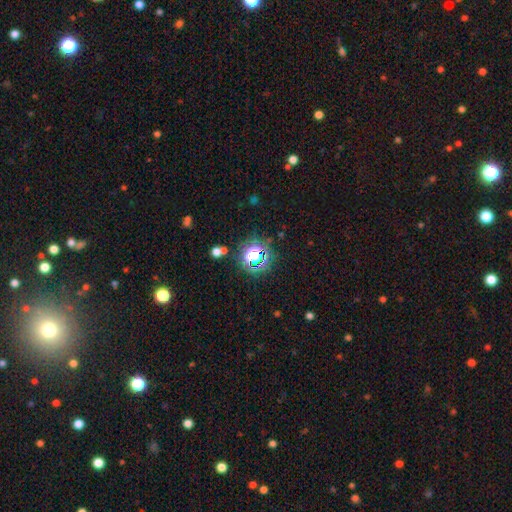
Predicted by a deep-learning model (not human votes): Smooth or featured: star or artifact — 60% (smooth — 30%)